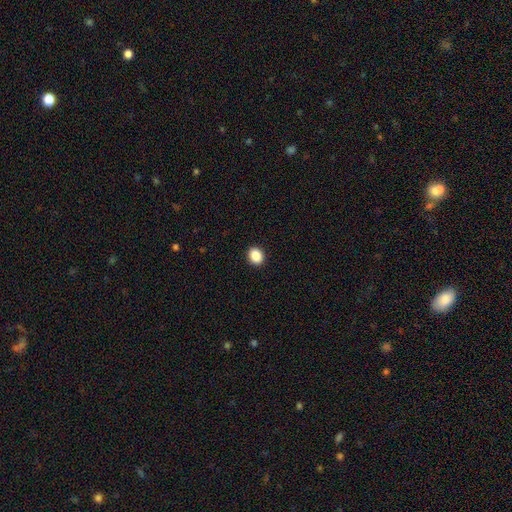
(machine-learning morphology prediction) A smooth galaxy with no disk features (88%) that is round (56%). Merging: none (92%).